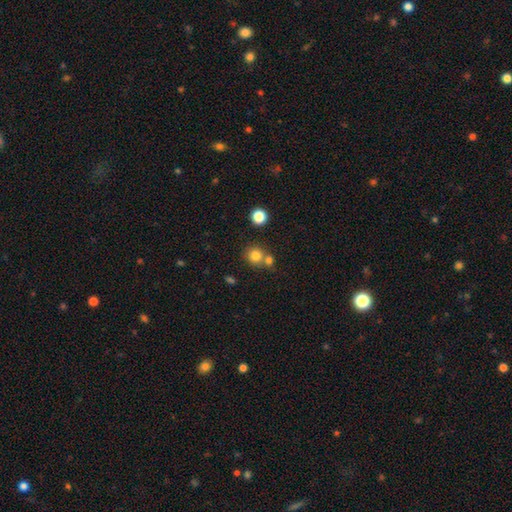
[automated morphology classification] Smooth or featured? smooth (79%)
How rounded? round (87%)
Merging? none (58%)